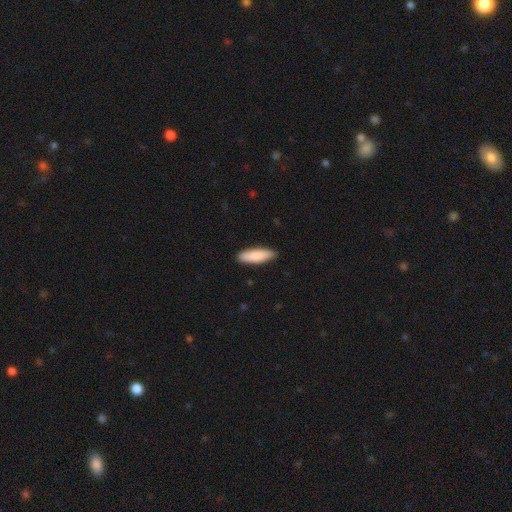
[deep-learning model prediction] Smooth or featured?
  - smooth: 88% *
  - featured or disk: 7%
  - star or artifact: 5%
How rounded?
  - cigar-shaped: 52% *
  - in between: 46%
  - round: 1%
Merging?
  - none: 89% *
  - minor disturbance: 9%
  - major disturbance: 2%
  - merger: 1%